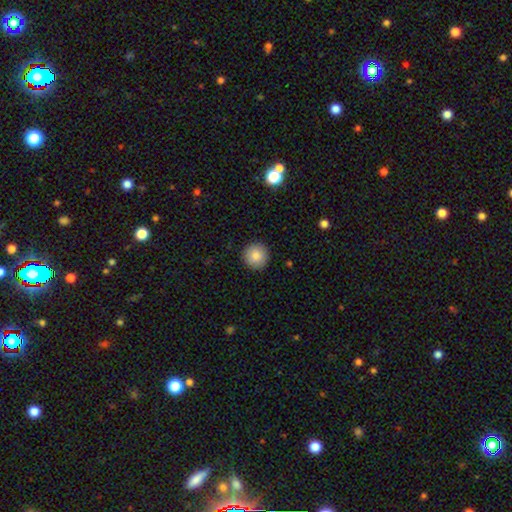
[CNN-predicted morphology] A smooth galaxy with no disk features (86%) that is round (96%). Merging: none (92%).